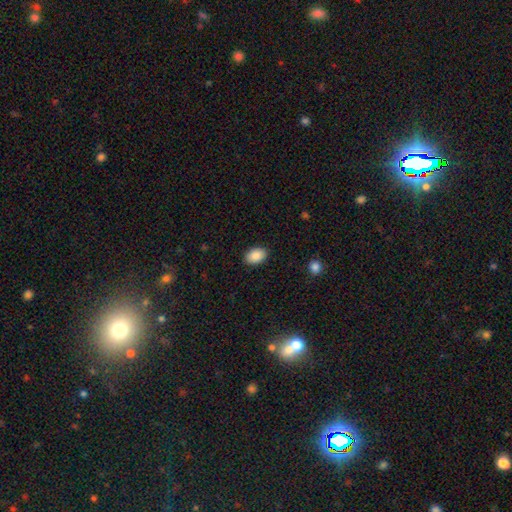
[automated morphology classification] type=smooth (89%); roundness=in between (87%); merging=none (89%).